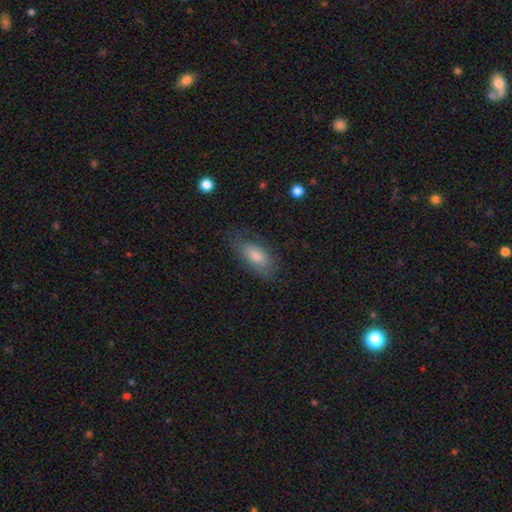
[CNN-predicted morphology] Smooth or featured: smooth — 73% (featured or disk — 19%)
How rounded: in between — 84% (cigar-shaped — 12%)
Merging: none — 70% (minor disturbance — 21%)